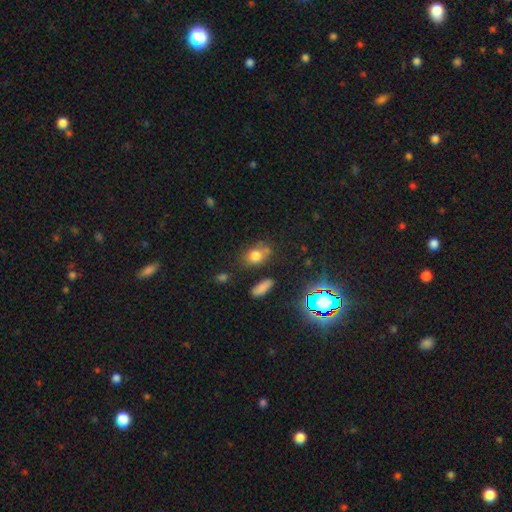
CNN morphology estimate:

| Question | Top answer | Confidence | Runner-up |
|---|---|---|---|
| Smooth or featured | smooth | 73% | star or artifact (15%) |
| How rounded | in between | 61% | round (37%) |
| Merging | none | 59% | minor disturbance (21%) |